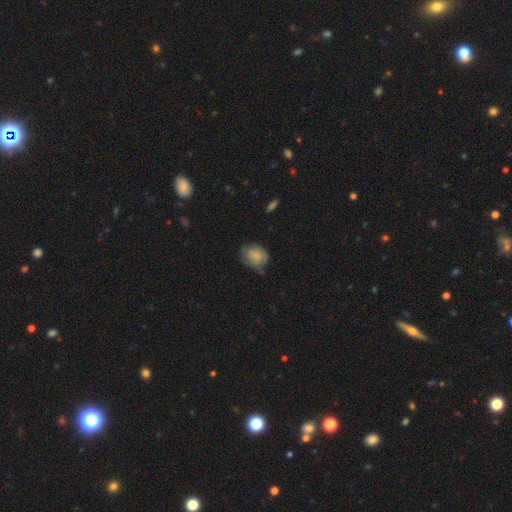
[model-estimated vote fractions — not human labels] Smooth or featured: smooth — 62% (featured or disk — 29%)
How rounded: round — 51% (in between — 48%)
Merging: none — 55% (minor disturbance — 31%)